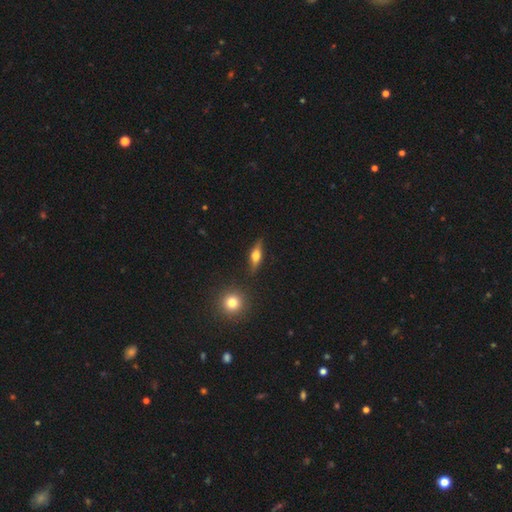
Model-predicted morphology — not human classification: Q: Smooth or featured?
A: featured or disk (60%); runner-up: smooth (32%)
Q: Edge-on disk?
A: yes (91%); runner-up: no (9%)
Q: Edge-on bulge?
A: rounded (94%); runner-up: boxy (4%)
Q: Merging?
A: none (84%); runner-up: minor disturbance (11%)